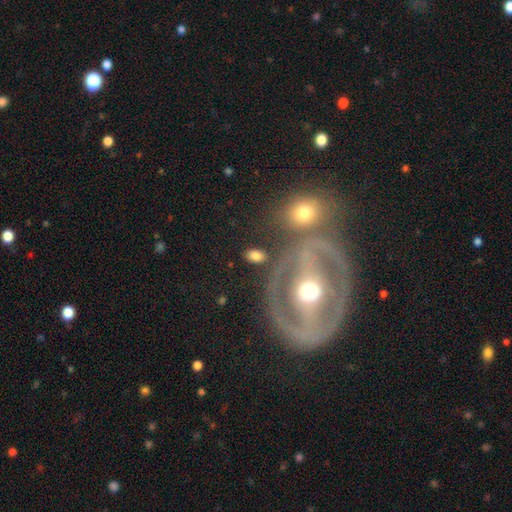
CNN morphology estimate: Smooth or featured: smooth — 76% (featured or disk — 16%)
How rounded: in between — 80% (round — 17%)
Merging: none — 73% (minor disturbance — 12%)